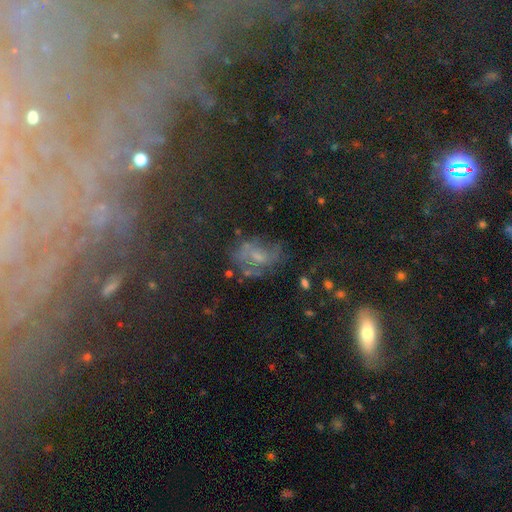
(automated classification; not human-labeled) featured or disk 38%, star or artifact 33%, smooth 30%. Down the decision tree: merging — none (52%).